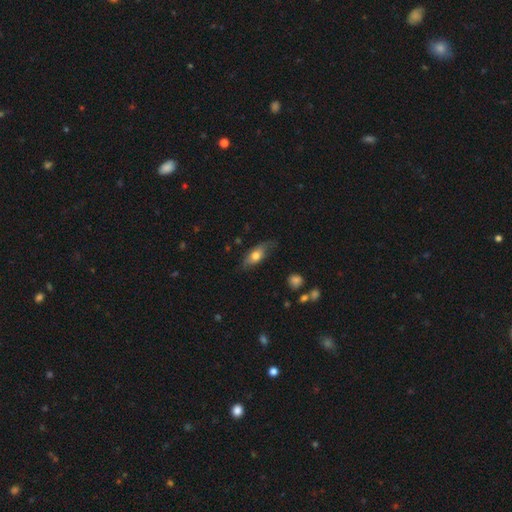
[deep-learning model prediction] The model was most divided on "smooth or featured": smooth: 65%, featured or disk: 28%, star or artifact: 7%. More confident: how rounded — in between (78%); merging — none (66%).